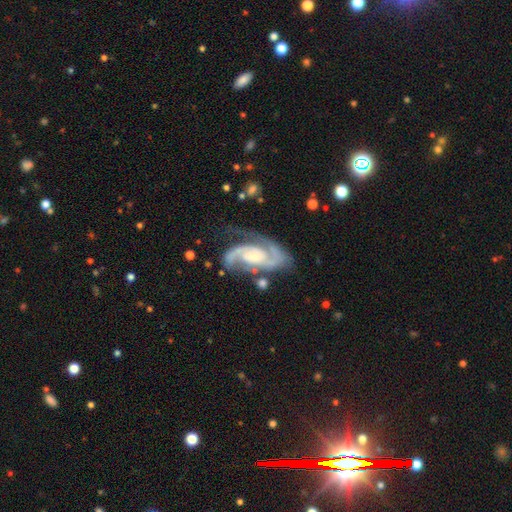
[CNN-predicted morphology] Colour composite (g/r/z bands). It shows a featured or disk galaxy (92%) with no bar (50%), 2 (88%) medium (49%) spiral arms (98%) and a small central bulge (40%). Merging: none (65%).